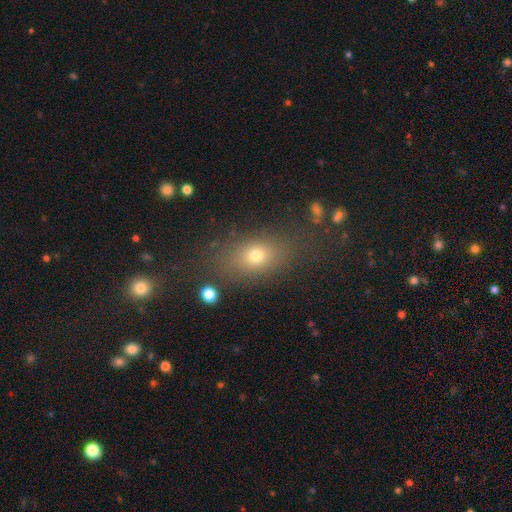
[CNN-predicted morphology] type=smooth (69%); roundness=in between (69%); merging=none (76%).